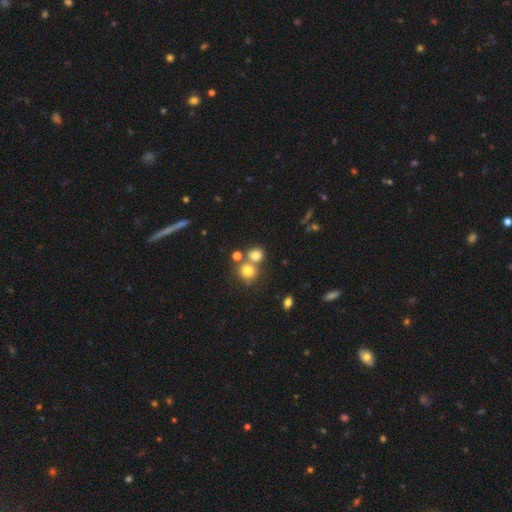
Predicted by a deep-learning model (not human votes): Morphology: type=smooth (75%); roundness=round (79%); merging=none (53%).